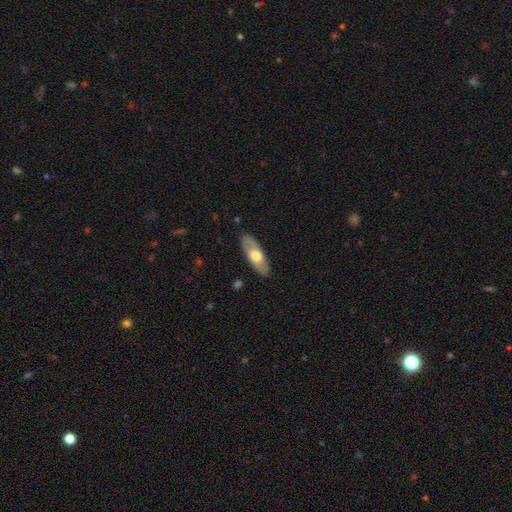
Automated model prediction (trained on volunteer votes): A smooth galaxy with no disk features (55%) that is in between round and cigar-shaped (71%).

Vote fractions:
- Smooth or featured? smooth: 55% / featured or disk: 40% / star or artifact: 5%
- How rounded? in between: 71% / cigar-shaped: 27% / round: 3%
- Merging? none: 86% / minor disturbance: 10% / major disturbance: 2% / merger: 1%